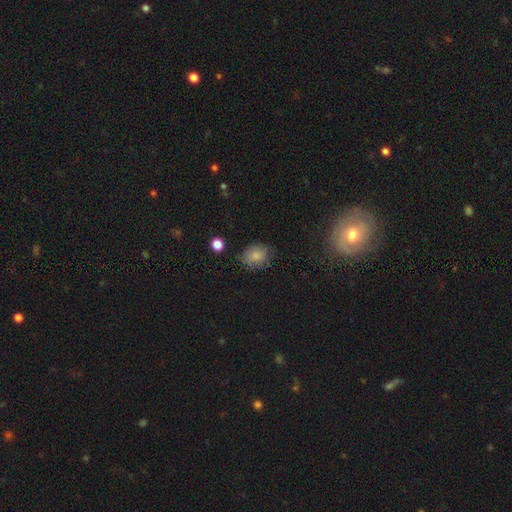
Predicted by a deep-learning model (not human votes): This appears to be a smooth galaxy with no disk features (81%) that is in between round and cigar-shaped (55%). Merging: none (69%).